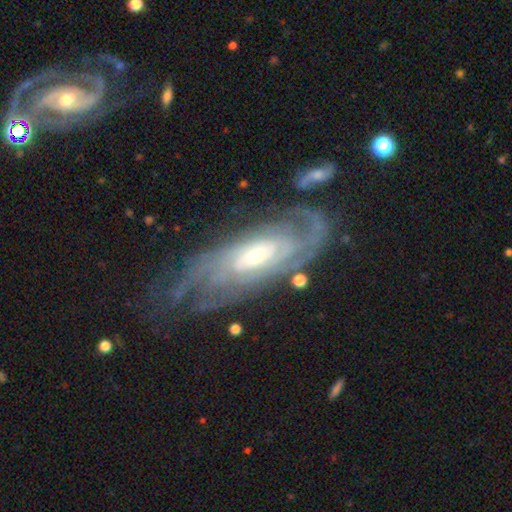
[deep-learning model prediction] Overall: featured or disk (86%). Edge-on disk: no (89%). Bar: no (56%; weak 31%). Spiral arms: yes (94%). Spiral arm count: can't tell (42%; 2 24%). Spiral winding: tight (64%; medium 27%). Bulge size: moderate (48%; small 39%). Merging: none (64%).